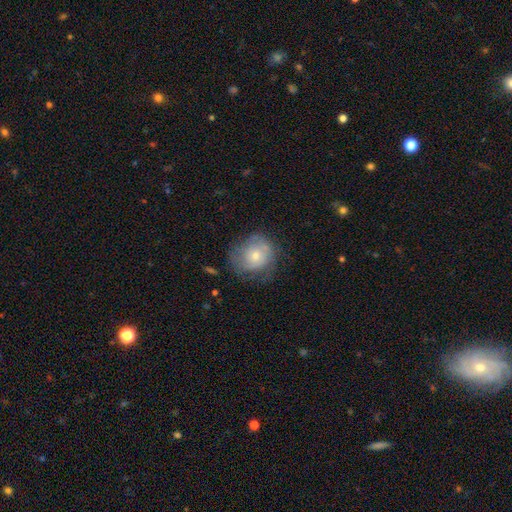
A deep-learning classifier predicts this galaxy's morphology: This is possibly a smooth galaxy (52%). How rounded: likely round (79%). Merging: possibly none (59%).